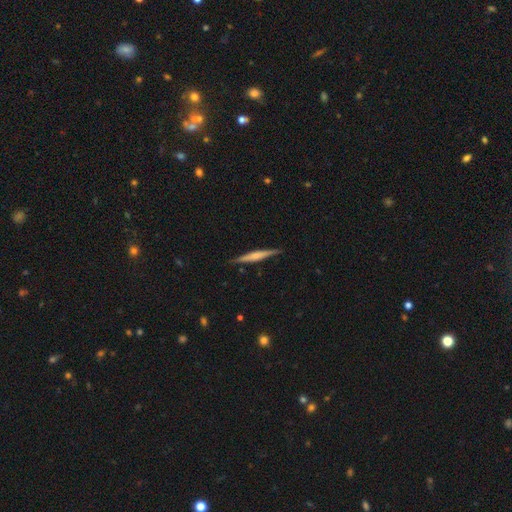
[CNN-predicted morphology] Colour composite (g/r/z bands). It shows a featured or disk galaxy (61%) viewed edge-on (98%) with a rounded central bulge (53%). Merging: none (89%).